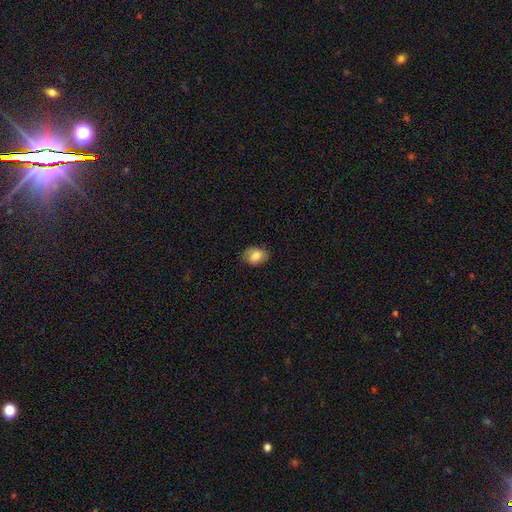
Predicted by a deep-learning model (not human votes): Smooth or featured? smooth (81%)
How rounded? in between (69%)
Merging? none (77%)